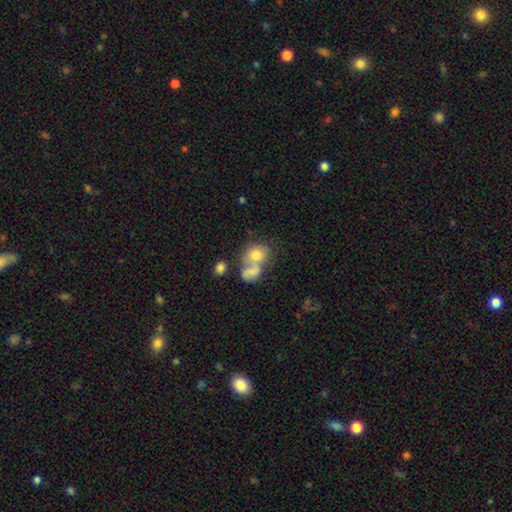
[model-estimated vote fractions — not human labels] Smooth or featured? Predicted: smooth (p=0.71). How rounded? Predicted: round (p=0.51). Merging? Predicted: merger (p=0.55).